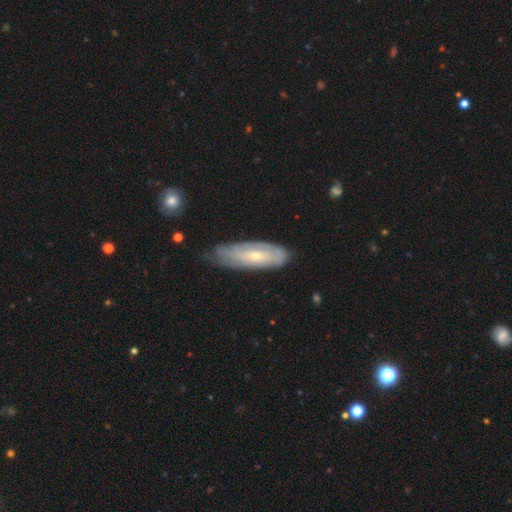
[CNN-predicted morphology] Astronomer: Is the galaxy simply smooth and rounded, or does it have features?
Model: featured or disk — 65%.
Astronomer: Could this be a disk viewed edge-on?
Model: no — 80%.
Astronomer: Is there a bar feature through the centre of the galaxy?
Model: no — 56% (runner-up: weak, 35%).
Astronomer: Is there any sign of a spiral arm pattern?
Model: yes — 79%.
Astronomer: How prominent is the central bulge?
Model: small — 56% (runner-up: moderate, 40%).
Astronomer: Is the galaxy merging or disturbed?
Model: none — 62%.